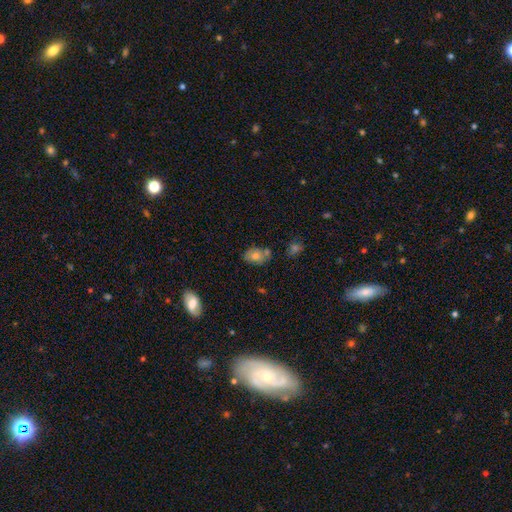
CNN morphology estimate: Overall: smooth (65%). How rounded: in between (79%). Merging: none (64%).